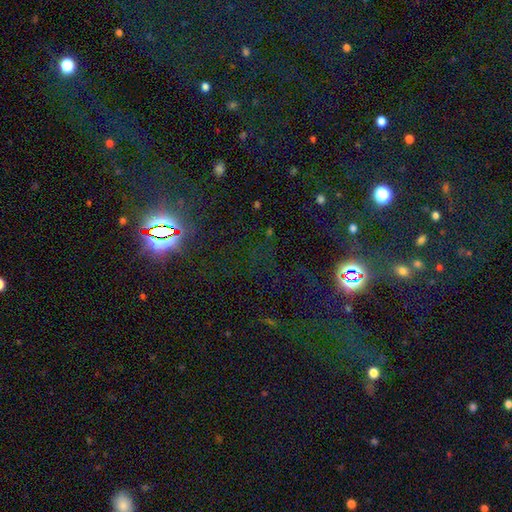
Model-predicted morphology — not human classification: Q: Smooth or featured?
A: star or artifact (77%); runner-up: smooth (15%)